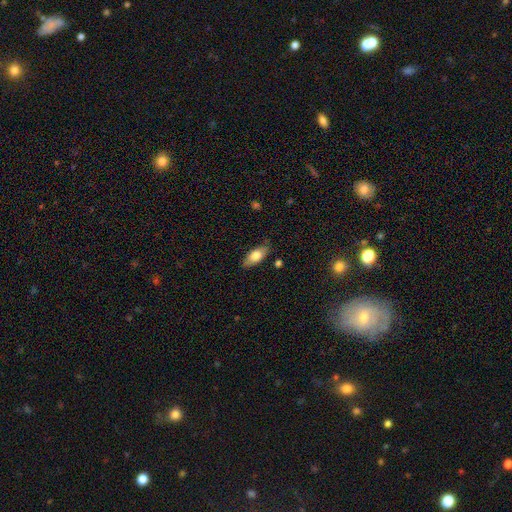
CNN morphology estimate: Smooth or featured: smooth — 72% (featured or disk — 21%)
How rounded: in between — 83% (cigar-shaped — 14%)
Merging: none — 81% (minor disturbance — 15%)